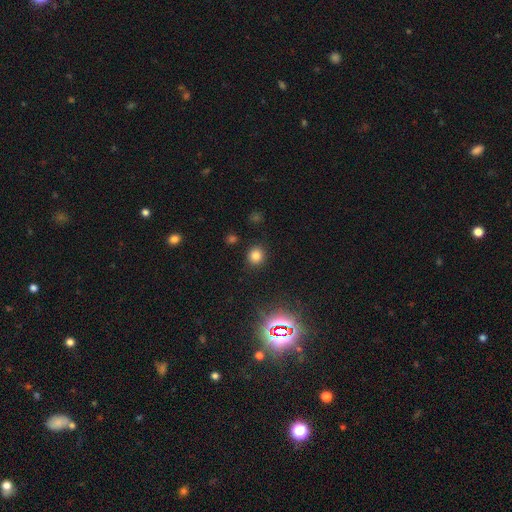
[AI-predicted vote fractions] Smooth or featured: smooth — 78% (star or artifact — 16%)
How rounded: round — 86% (in between — 13%)
Merging: none — 90% (minor disturbance — 6%)